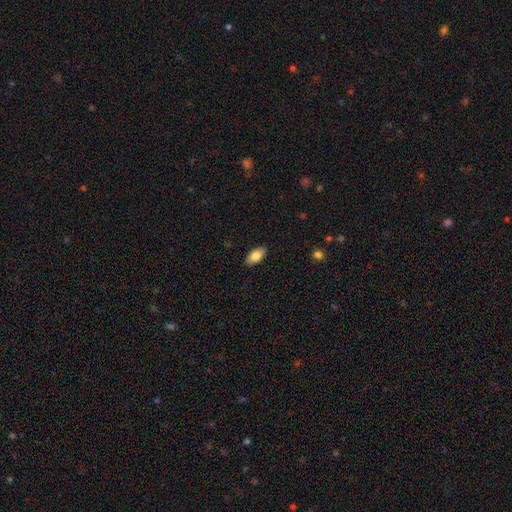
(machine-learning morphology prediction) A smooth galaxy with no disk features (82%) that is in between round and cigar-shaped (91%).

Vote fractions:
- Smooth or featured? smooth: 82% / featured or disk: 11% / star or artifact: 7%
- How rounded? in between: 91% / cigar-shaped: 6% / round: 3%
- Merging? none: 88% / minor disturbance: 9% / major disturbance: 2% / merger: 1%